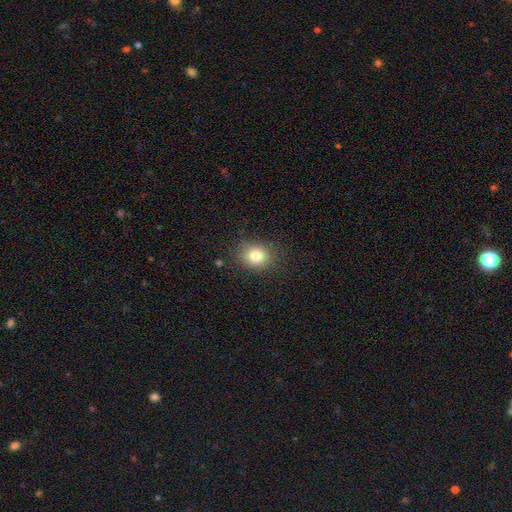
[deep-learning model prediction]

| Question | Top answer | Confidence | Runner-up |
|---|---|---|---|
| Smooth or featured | smooth | 80% | star or artifact (11%) |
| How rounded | round | 62% | in between (37%) |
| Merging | none | 84% | minor disturbance (12%) |